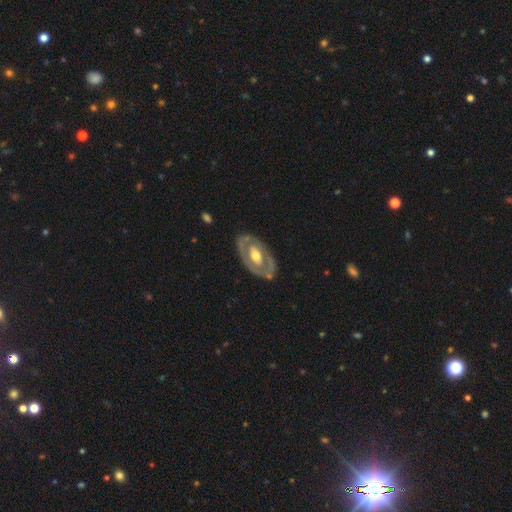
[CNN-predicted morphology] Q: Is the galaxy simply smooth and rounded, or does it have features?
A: featured or disk — 69%.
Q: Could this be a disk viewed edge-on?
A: no — 91%.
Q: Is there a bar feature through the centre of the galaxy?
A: no — 68%.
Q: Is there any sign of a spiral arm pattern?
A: no — 73%.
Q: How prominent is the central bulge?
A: moderate — 68%.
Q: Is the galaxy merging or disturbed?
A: none — 77%.